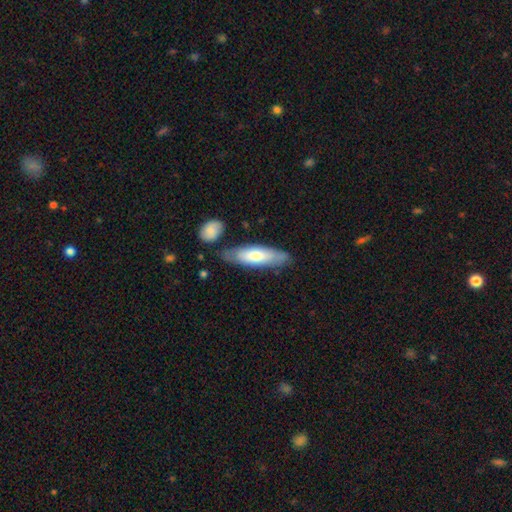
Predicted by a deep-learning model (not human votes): Smooth or featured? Predicted: smooth (p=0.64). How rounded? Predicted: cigar-shaped (p=0.51). Merging? Predicted: none (p=0.70).